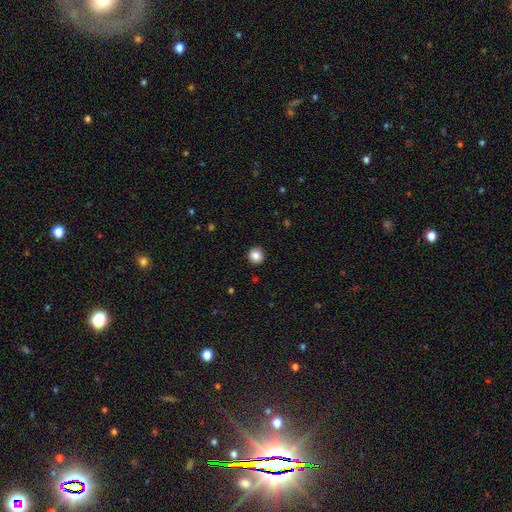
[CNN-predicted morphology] Smooth or featured? Predicted: smooth (p=0.85). How rounded? Predicted: round (p=0.94). Merging? Predicted: none (p=0.93).